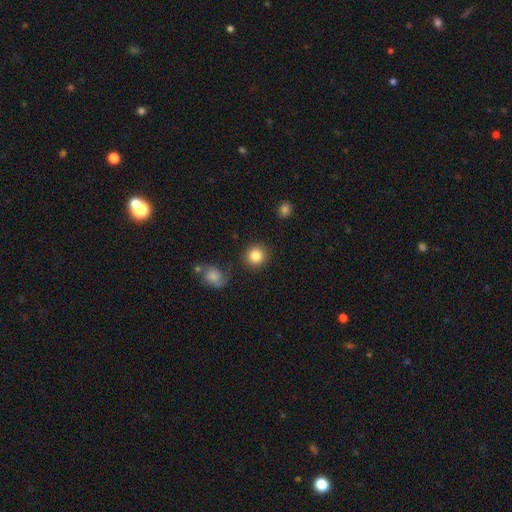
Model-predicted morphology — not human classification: smooth_or_featured: smooth (p=0.85) [alt: star or artifact p=0.09]
how_rounded: round (p=0.91) [alt: in between p=0.08]
merging: none (p=0.86) [alt: minor disturbance p=0.08]